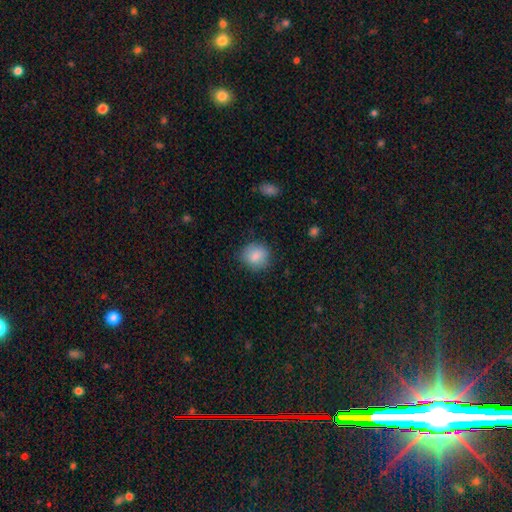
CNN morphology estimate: The model was most divided on "how rounded": round: 81%, in between: 18%, cigar-shaped: 1%. More confident: smooth or featured — smooth (85%); merging — none (82%).